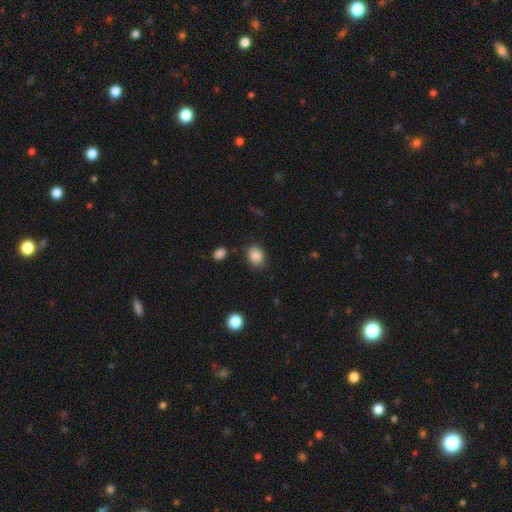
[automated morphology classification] A smooth galaxy with no disk features (87%) that is round (53%). Merging: none (83%).